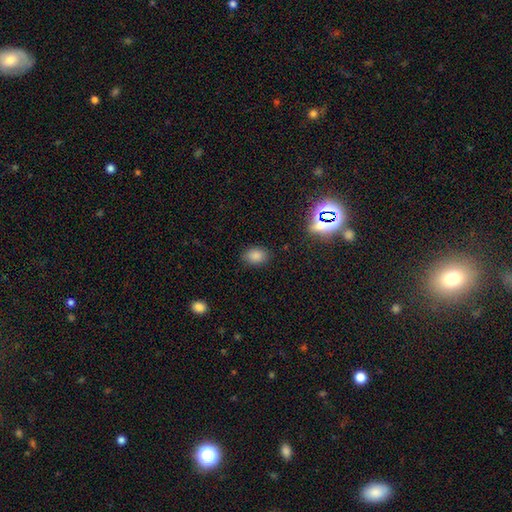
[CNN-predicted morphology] smooth_or_featured: smooth (p=0.81) [alt: star or artifact p=0.14]
how_rounded: in between (p=0.72) [alt: round p=0.27]
merging: none (p=0.84) [alt: minor disturbance p=0.11]